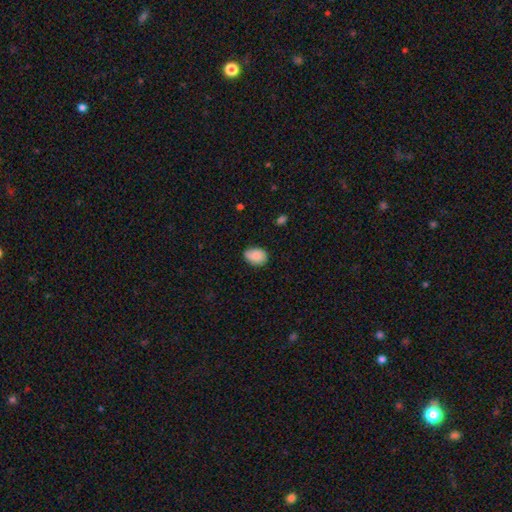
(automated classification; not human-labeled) Q: Smooth or featured?
A: smooth (84%); runner-up: featured or disk (8%)
Q: How rounded?
A: in between (72%); runner-up: round (27%)
Q: Merging?
A: none (75%); runner-up: minor disturbance (20%)